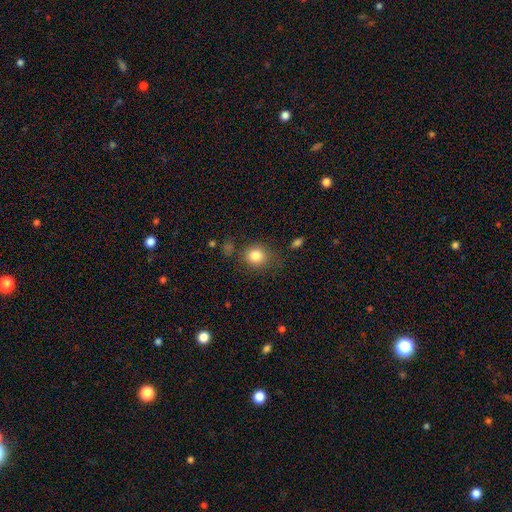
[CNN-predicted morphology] Q: Smooth or featured?
A: smooth (83%); runner-up: star or artifact (10%)
Q: How rounded?
A: round (76%); runner-up: in between (23%)
Q: Merging?
A: none (73%); runner-up: minor disturbance (17%)